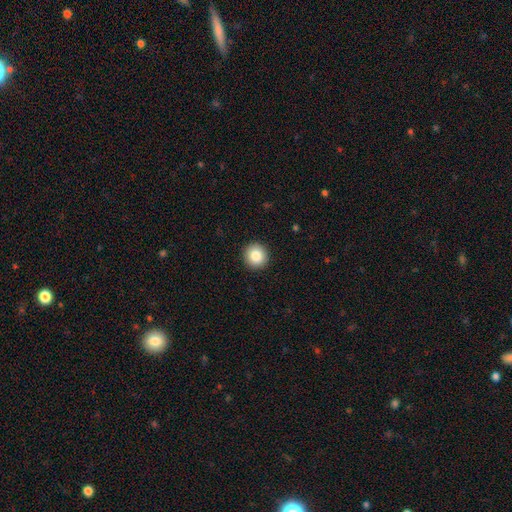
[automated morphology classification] type=smooth (84%); roundness=round (94%); merging=none (93%).